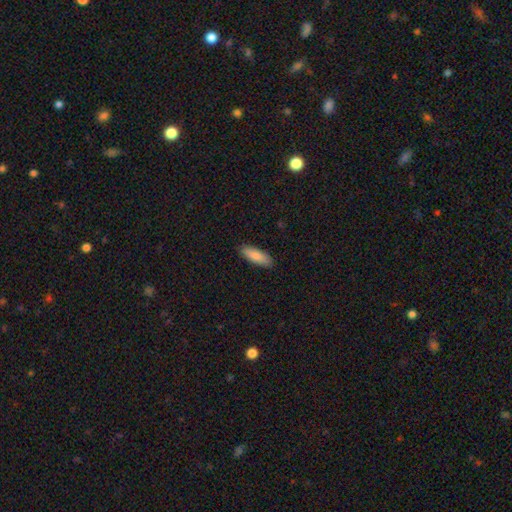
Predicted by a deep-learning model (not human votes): Q: Smooth or featured?
A: smooth (87%); runner-up: featured or disk (7%)
Q: How rounded?
A: in between (59%); runner-up: cigar-shaped (39%)
Q: Merging?
A: none (89%); runner-up: minor disturbance (8%)